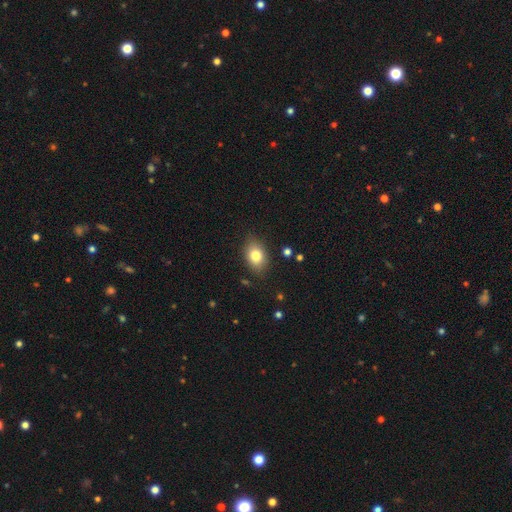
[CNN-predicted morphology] This appears to be a smooth galaxy with no disk features (81%) that is in between round and cigar-shaped (79%). Merging: none (83%).